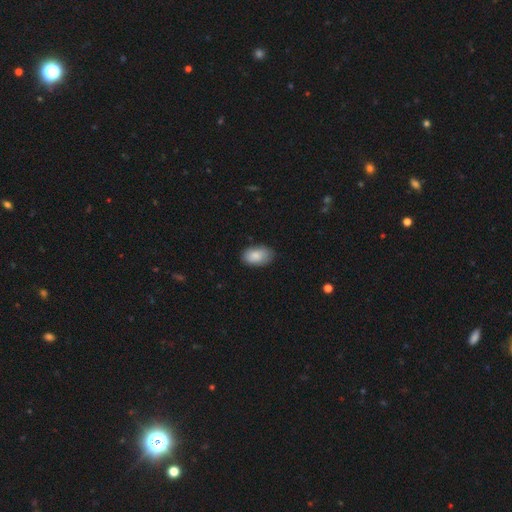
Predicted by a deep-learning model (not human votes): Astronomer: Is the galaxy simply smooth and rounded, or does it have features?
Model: smooth — 86%.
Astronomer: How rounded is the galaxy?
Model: in between — 93%.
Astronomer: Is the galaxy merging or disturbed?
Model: none — 81%.